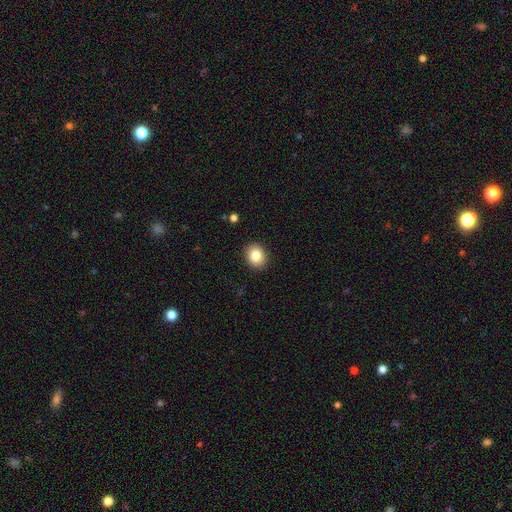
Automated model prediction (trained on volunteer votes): smooth 83%, star or artifact 9%, featured or disk 8%. Down the decision tree: how rounded — round (60%); merging — none (91%).